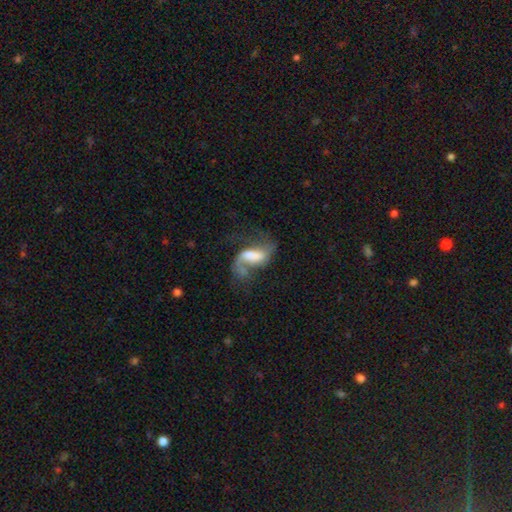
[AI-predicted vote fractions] featured or disk 68%, smooth 24%, star or artifact 8%. Down the decision tree: edge-on disk — no (95%); bar — strong (38%); spiral arms — yes (83%); spiral arm count — 2 (62%); spiral winding — loose (68%); bulge size — none (28%); merging — major disturbance (39%).